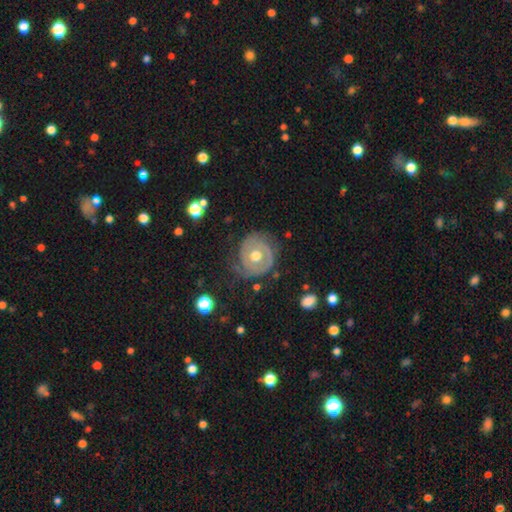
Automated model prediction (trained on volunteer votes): Smooth or featured? featured or disk (74%)
Edge-on disk? no (97%)
Bar? no (75%)
Spiral arms? yes (77%)
Spiral winding? tight (63%)
Spiral arm count? 2 (48%)
Bulge size? moderate (79%)
Merging? none (67%)